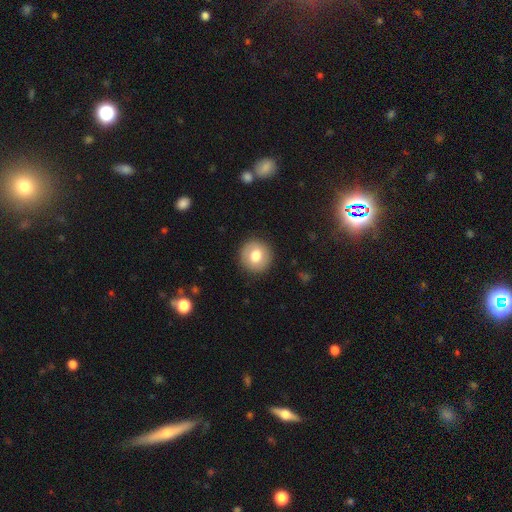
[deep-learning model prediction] This is likely a smooth galaxy (74%). How rounded: clearly round (94%). Merging: clearly none (91%).